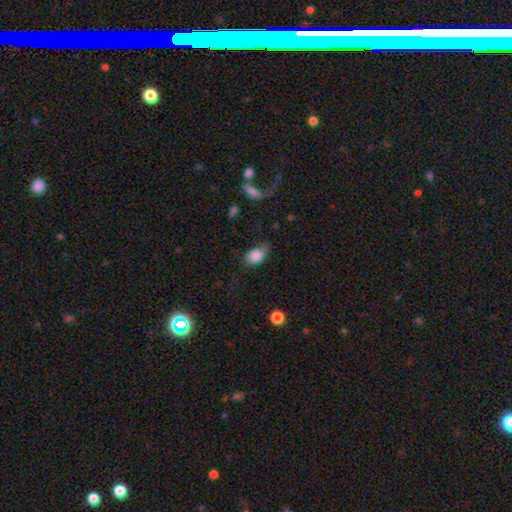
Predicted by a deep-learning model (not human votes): Morphology: type=smooth (78%); roundness=in between (79%); merging=none (45%).